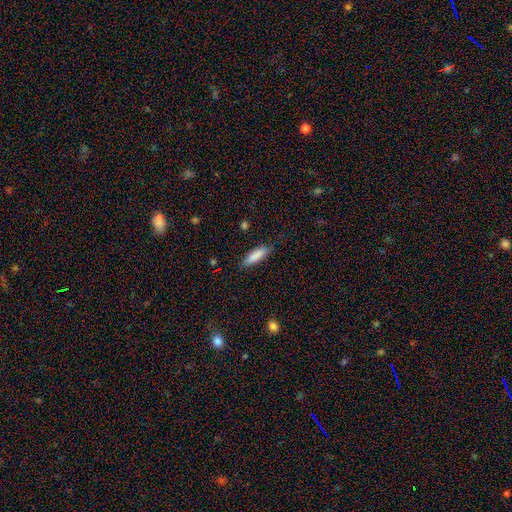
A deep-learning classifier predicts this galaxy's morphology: This is clearly a smooth galaxy (85%). How rounded: possibly cigar-shaped (59%). Merging: clearly none (83%).